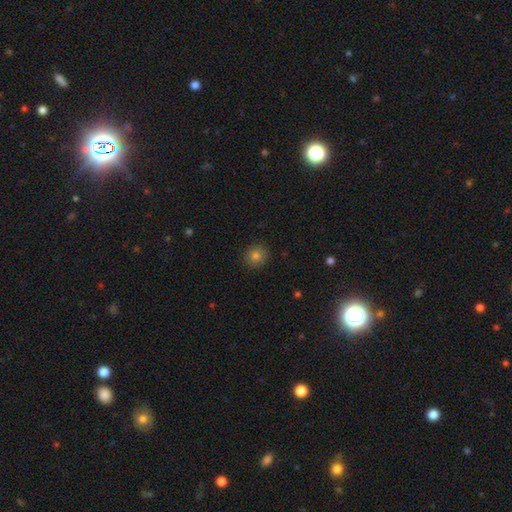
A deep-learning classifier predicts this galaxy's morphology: Smooth or featured: smooth — 81% (star or artifact — 12%)
How rounded: round — 84% (in between — 15%)
Merging: none — 90% (minor disturbance — 7%)